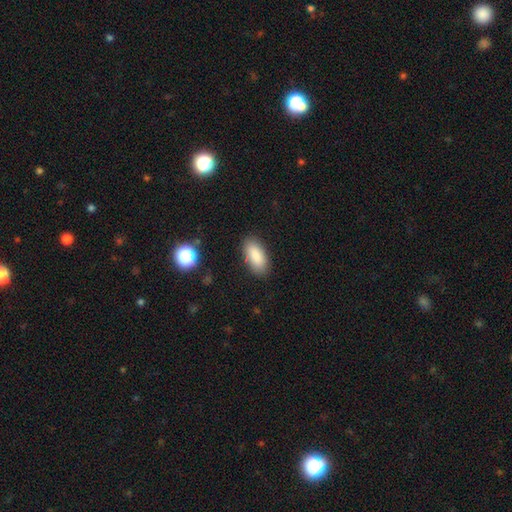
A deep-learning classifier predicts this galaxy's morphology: Overall: smooth (88%). How rounded: in between (90%). Merging: none (86%).